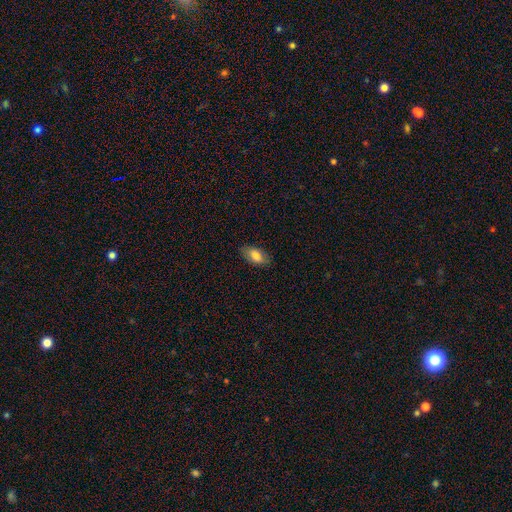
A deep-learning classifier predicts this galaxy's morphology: Smooth or featured: smooth — 81% (featured or disk — 13%)
How rounded: in between — 91% (cigar-shaped — 5%)
Merging: none — 83% (minor disturbance — 13%)